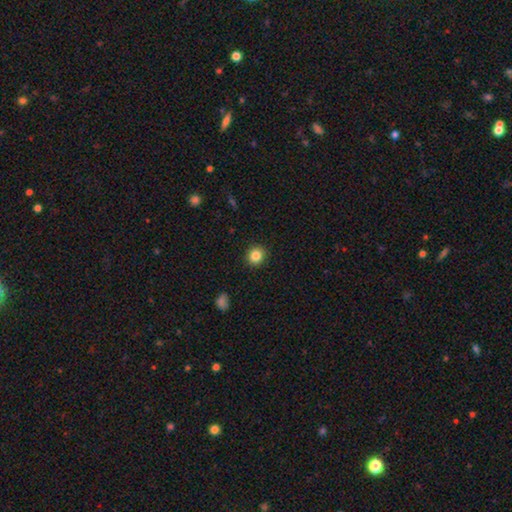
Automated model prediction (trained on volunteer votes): This appears to be a smooth galaxy with no disk features (85%) that is round (84%). Merging: none (91%).